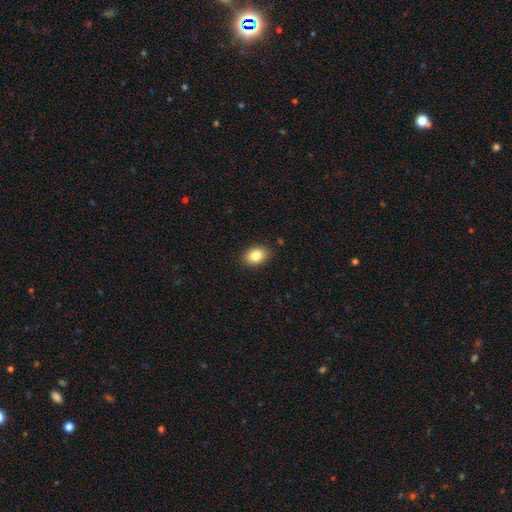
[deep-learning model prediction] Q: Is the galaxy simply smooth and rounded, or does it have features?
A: smooth — 84%.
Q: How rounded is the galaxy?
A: in between — 72%.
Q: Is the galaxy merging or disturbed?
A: none — 88%.